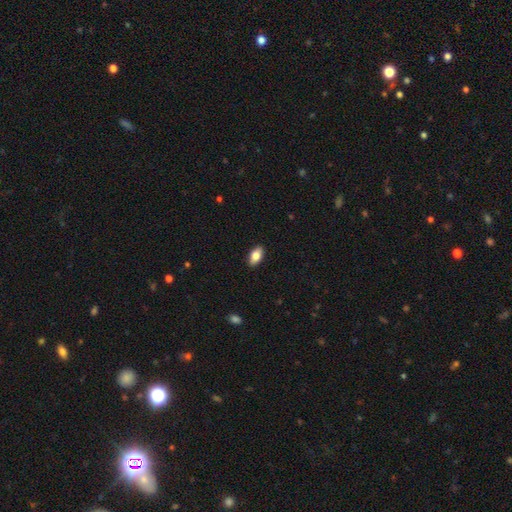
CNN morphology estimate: Overall: smooth (82%). How rounded: in between (91%). Merging: none (89%).